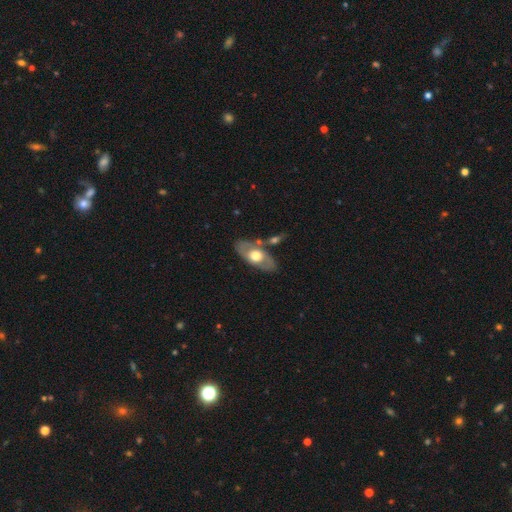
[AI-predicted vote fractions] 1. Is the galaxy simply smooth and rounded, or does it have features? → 55% featured or disk, 40% smooth, 5% star or artifact.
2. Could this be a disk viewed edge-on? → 77% no, 23% yes.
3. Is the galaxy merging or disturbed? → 72% none, 14% minor disturbance, 9% merger, 4% major disturbance.